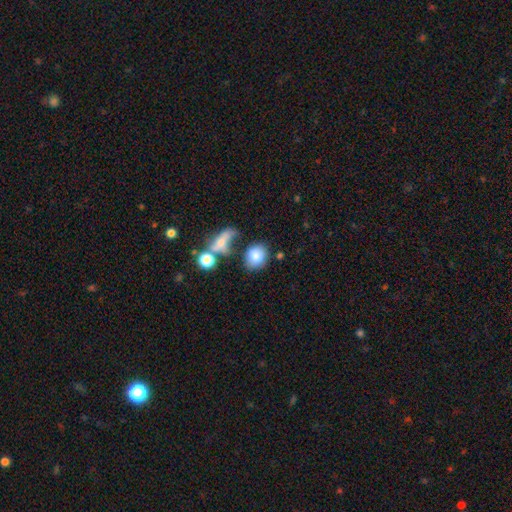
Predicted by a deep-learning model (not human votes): Smooth or featured: smooth — 80% (featured or disk — 10%)
How rounded: round — 57% (in between — 41%)
Merging: none — 58% (merger — 19%)